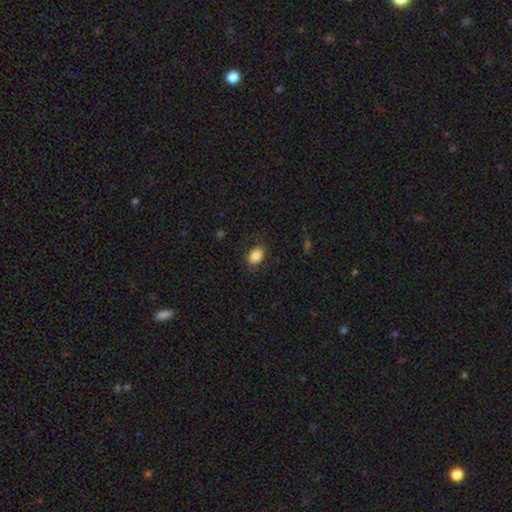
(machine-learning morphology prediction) Smooth or featured?
  - smooth: 83% *
  - featured or disk: 9%
  - star or artifact: 8%
How rounded?
  - in between: 78% *
  - round: 21%
  - cigar-shaped: 1%
Merging?
  - none: 78% *
  - minor disturbance: 15%
  - major disturbance: 6%
  - merger: 1%